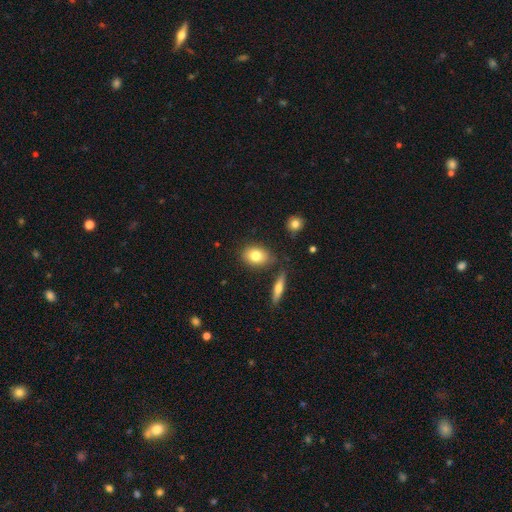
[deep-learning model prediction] Smooth or featured? smooth (78%)
How rounded? in between (73%)
Merging? none (77%)